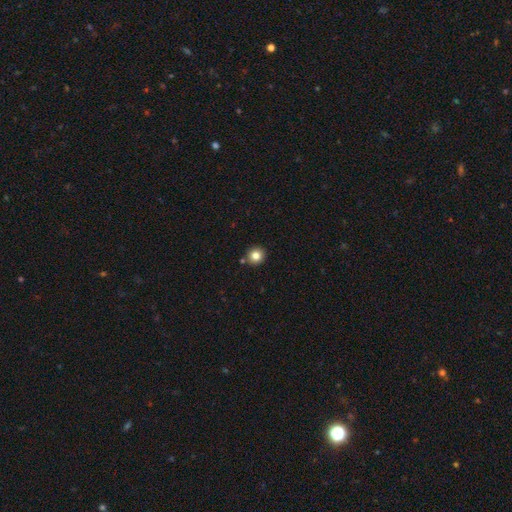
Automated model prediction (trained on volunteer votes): smooth-or-featured: smooth: 82% | star or artifact: 11% | featured or disk: 7%
  how-rounded: round: 92% | in between: 7% | cigar-shaped: 1%
  merging: none: 85% | minor disturbance: 7% | merger: 6% | major disturbance: 2%